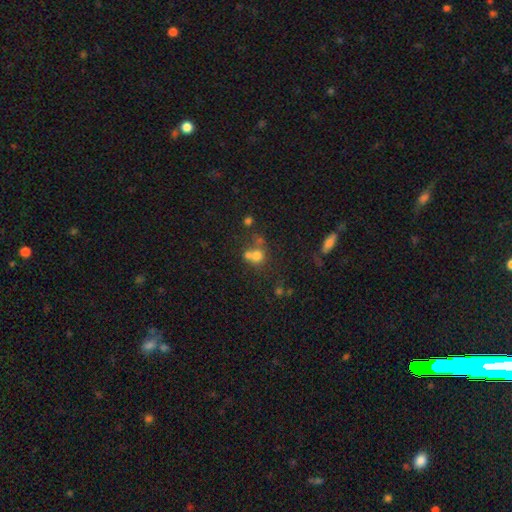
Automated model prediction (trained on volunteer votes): A smooth galaxy with no disk features (67%) that is round (76%).

Vote fractions:
- Smooth or featured? smooth: 67% / featured or disk: 17% / star or artifact: 16%
- How rounded? round: 76% / in between: 23% / cigar-shaped: 1%
- Merging? merger: 50% / none: 35% / minor disturbance: 9% / major disturbance: 7%